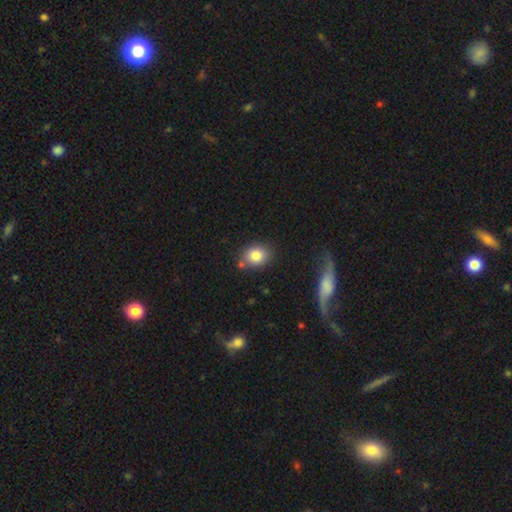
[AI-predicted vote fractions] The model was most divided on "how rounded": round: 62%, in between: 37%, cigar-shaped: 1%. More confident: smooth or featured — smooth (84%); merging — none (75%).